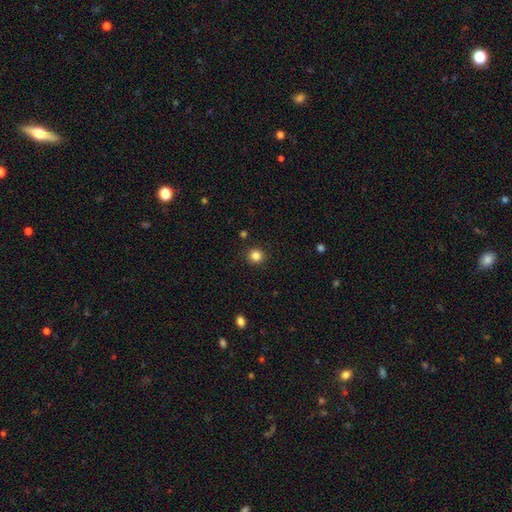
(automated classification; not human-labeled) Q: Smooth or featured?
A: smooth (84%); runner-up: star or artifact (12%)
Q: How rounded?
A: round (93%); runner-up: in between (6%)
Q: Merging?
A: none (92%); runner-up: minor disturbance (5%)